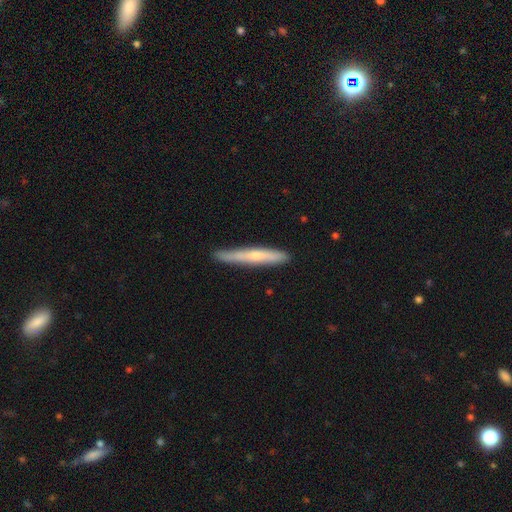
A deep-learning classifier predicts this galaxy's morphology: This appears to be a smooth galaxy with no disk features (53%) that is cigar-shaped (96%). Merging: none (85%).